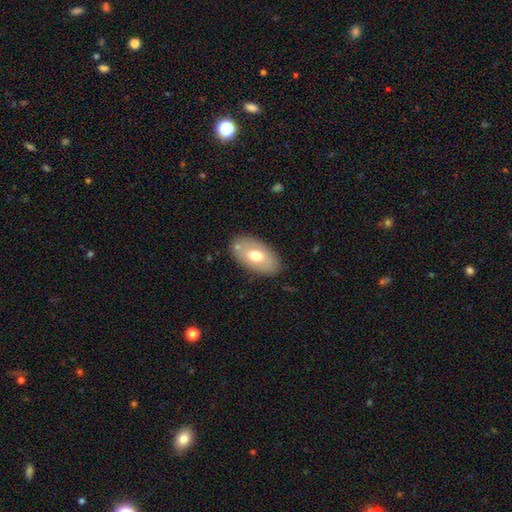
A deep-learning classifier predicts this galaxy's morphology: The model was most divided on "smooth or featured": smooth: 63%, featured or disk: 31%, star or artifact: 6%. More confident: how rounded — in between (93%); merging — none (80%).